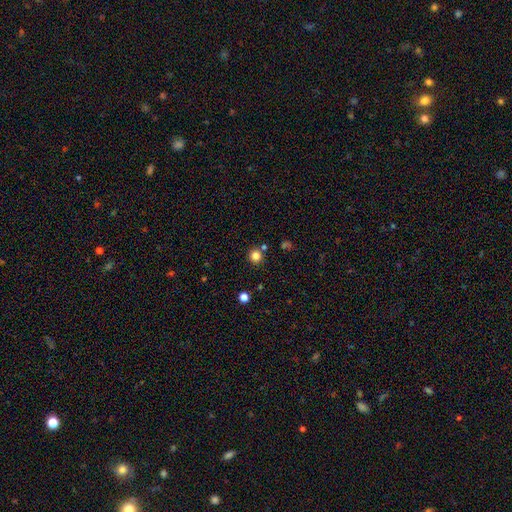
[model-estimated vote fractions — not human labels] Smooth or featured: smooth — 82% (star or artifact — 13%)
How rounded: round — 94% (in between — 5%)
Merging: none — 84% (merger — 7%)